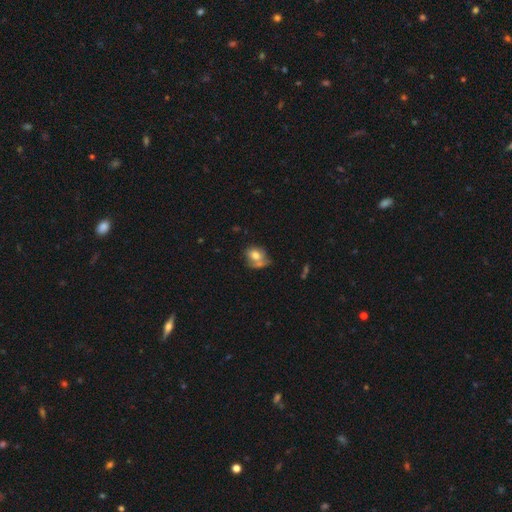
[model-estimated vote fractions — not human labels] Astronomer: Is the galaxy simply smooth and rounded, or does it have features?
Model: smooth — 70%.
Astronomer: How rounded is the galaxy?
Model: in between — 53% (runner-up: round, 46%).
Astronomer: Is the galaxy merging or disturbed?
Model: none — 38% (runner-up: minor disturbance, 25%).